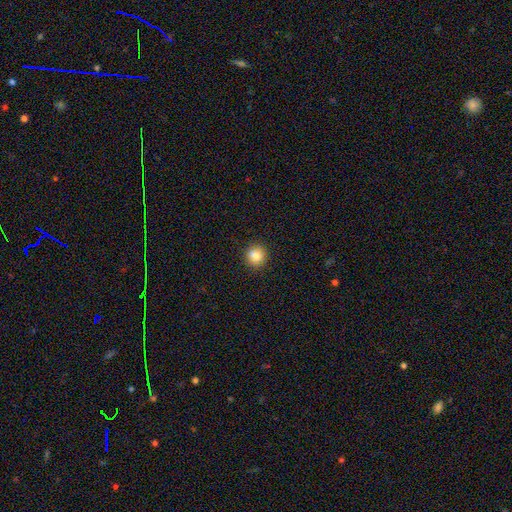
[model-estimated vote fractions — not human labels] The model was most divided on "smooth or featured": smooth: 85%, star or artifact: 10%, featured or disk: 5%. More confident: merging — none (91%); how rounded — round (90%).